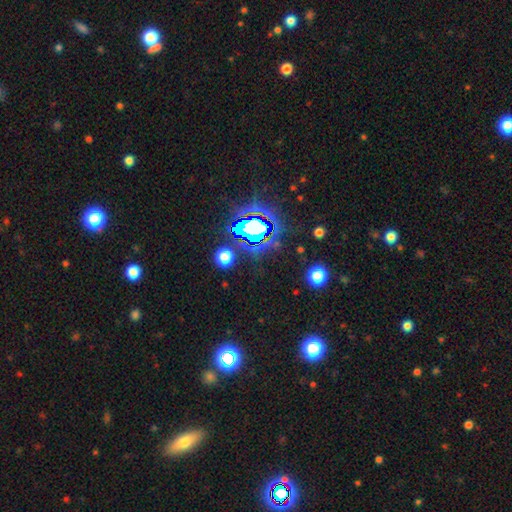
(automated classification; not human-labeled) smooth_or_featured: star or artifact (p=0.82) [alt: smooth p=0.11]